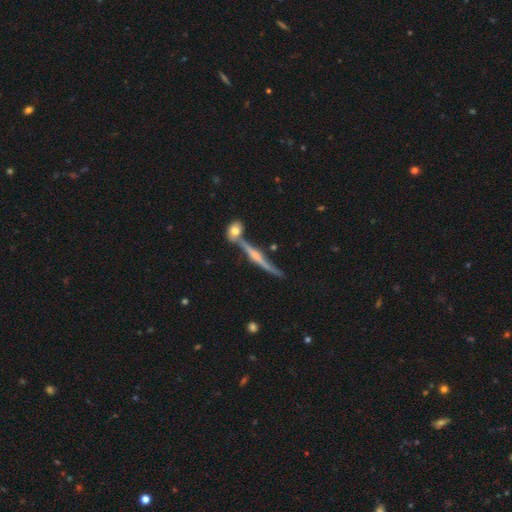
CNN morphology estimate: A featured or disk galaxy (81%) viewed edge-on (96%) with a rounded central bulge (79%). Merging: none (69%).